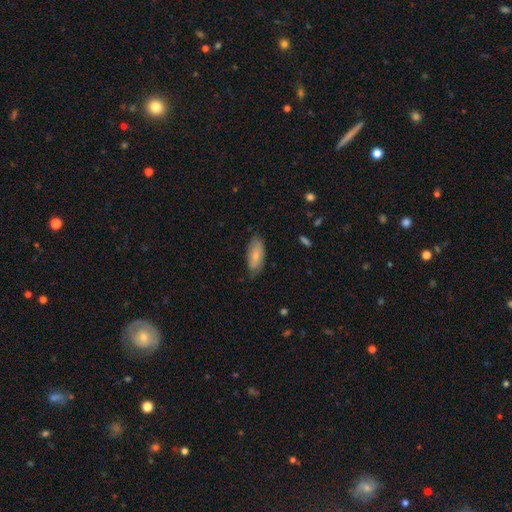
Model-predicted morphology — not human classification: Smooth or featured? smooth (71%)
How rounded? in between (84%)
Merging? none (67%)